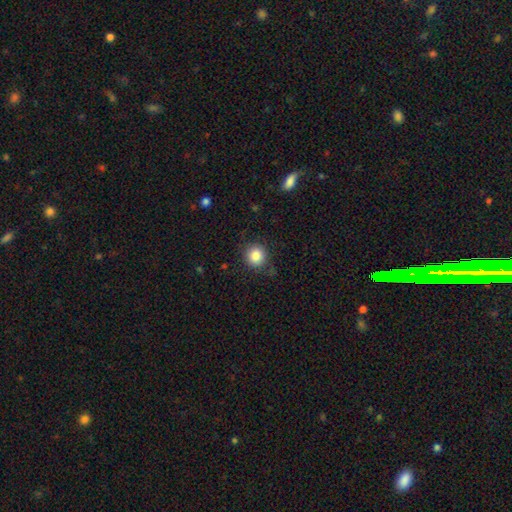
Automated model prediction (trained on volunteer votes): Q: Smooth or featured?
A: smooth (85%); runner-up: star or artifact (10%)
Q: How rounded?
A: round (91%); runner-up: in between (8%)
Q: Merging?
A: none (84%); runner-up: minor disturbance (11%)